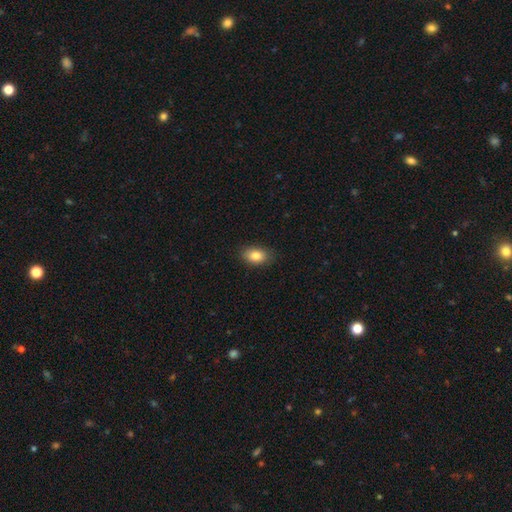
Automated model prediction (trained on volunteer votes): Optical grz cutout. It shows a smooth galaxy with no disk features (85%) that is in between round and cigar-shaped (87%). Merging: none (85%).